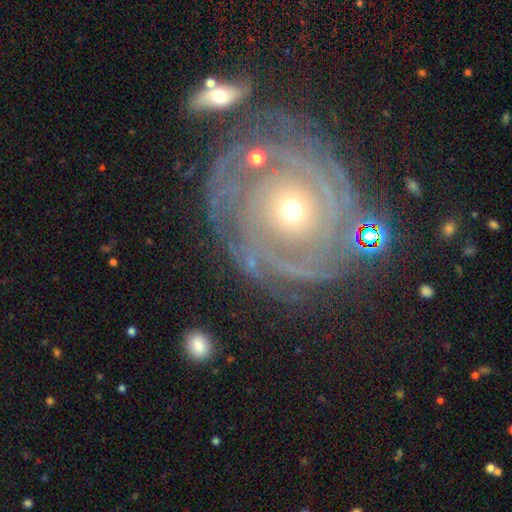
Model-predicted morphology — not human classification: This is clearly a featured or disk galaxy (85%). It is clearly not viewed edge-on (96%). Bar: clearly no (85%). Spiral arm pattern: clearly yes (93%). Spiral arm count: marginally can't tell (29%). Spiral winding: clearly tight (83%). Central bulge: possibly moderate (50%). Merging: likely none (73%).